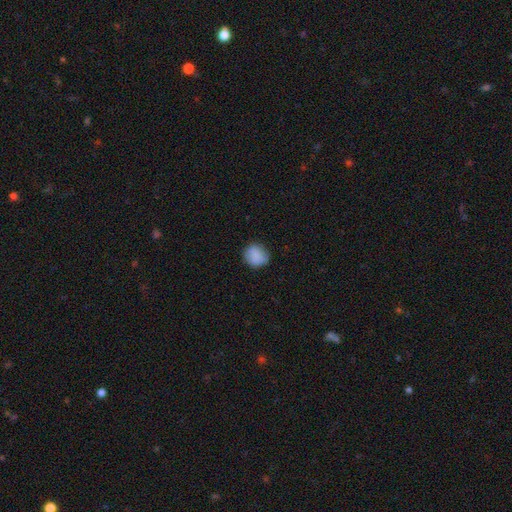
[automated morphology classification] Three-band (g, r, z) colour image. It shows a smooth galaxy with no disk features (86%) that is round (82%). Merging: none (82%).